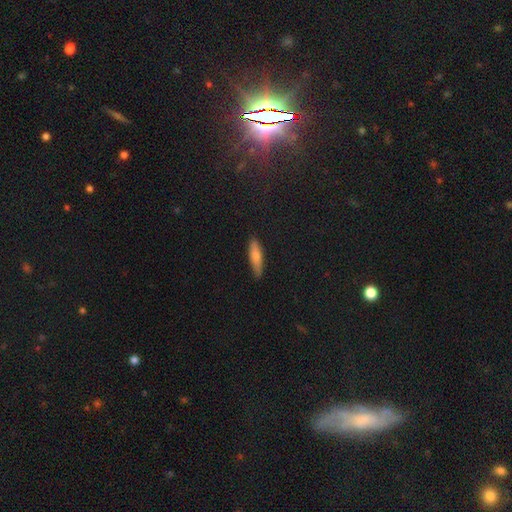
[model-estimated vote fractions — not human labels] Q: Smooth or featured?
A: smooth (75%); runner-up: featured or disk (19%)
Q: How rounded?
A: cigar-shaped (69%); runner-up: in between (29%)
Q: Merging?
A: none (83%); runner-up: minor disturbance (13%)